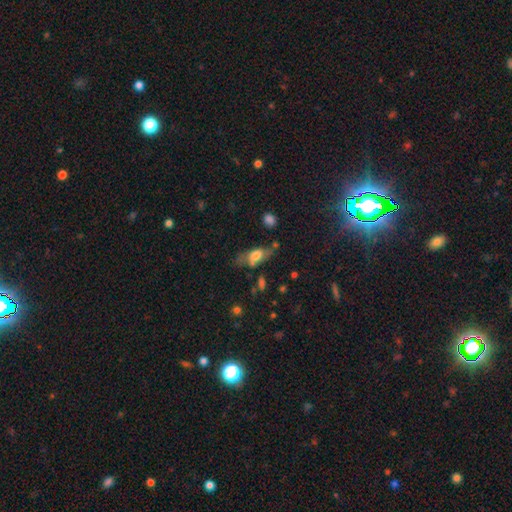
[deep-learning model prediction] Smooth or featured? Predicted: smooth (p=0.60). How rounded? Predicted: in between (p=0.76). Merging? Predicted: none (p=0.49).